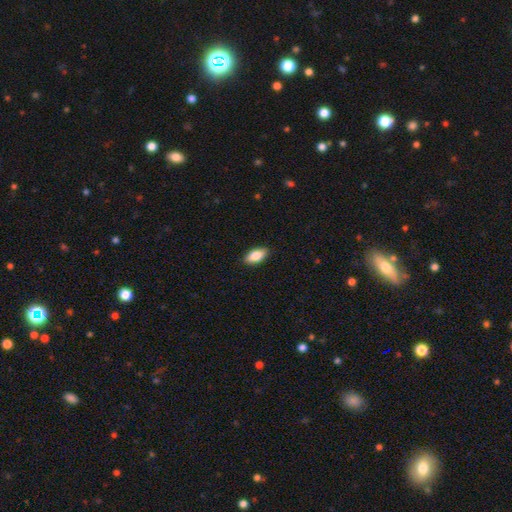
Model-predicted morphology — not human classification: smooth 85%, featured or disk 9%, star or artifact 6%. Down the decision tree: how rounded — in between (90%); merging — none (89%).